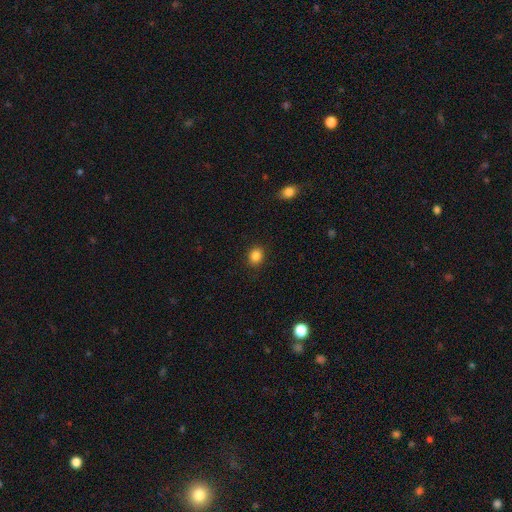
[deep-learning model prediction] Smooth or featured: smooth — 85% (star or artifact — 11%)
How rounded: round — 66% (in between — 33%)
Merging: none — 90% (minor disturbance — 7%)